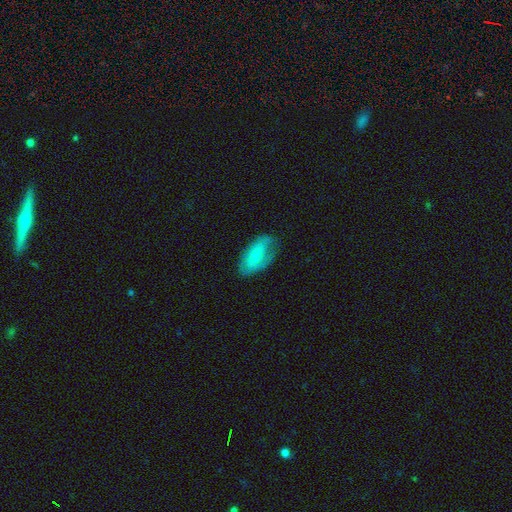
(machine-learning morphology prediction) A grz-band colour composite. It shows a smooth galaxy with no disk features (64%) that is in between round and cigar-shaped (93%). Merging: none (63%).